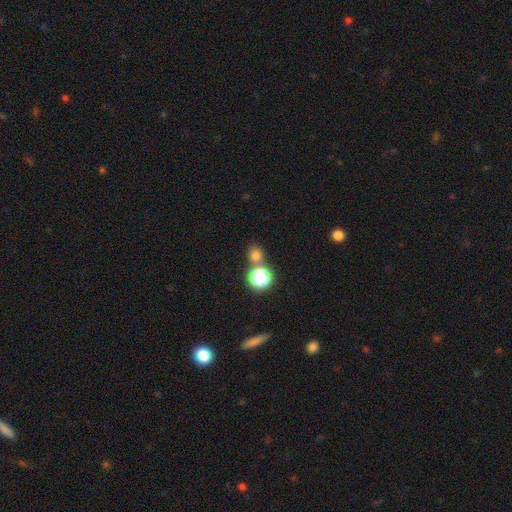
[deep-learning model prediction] A smooth galaxy with no disk features (69%) that is round (85%).

Vote fractions:
- Smooth or featured? smooth: 69% / star or artifact: 25% / featured or disk: 6%
- How rounded? round: 85% / in between: 14% / cigar-shaped: 1%
- Merging? none: 70% / merger: 19% / minor disturbance: 8% / major disturbance: 3%